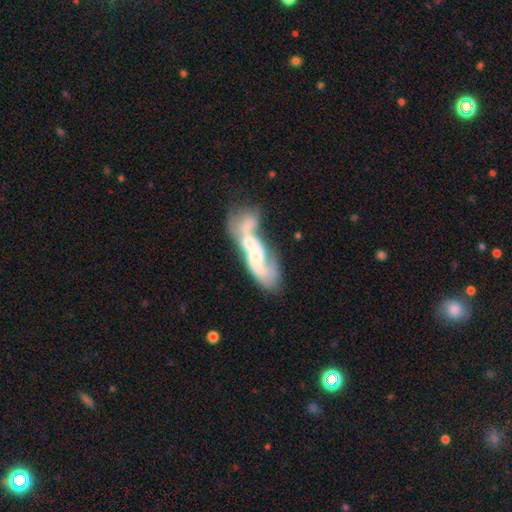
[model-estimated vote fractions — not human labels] Morphology: type=featured or disk (68%); edge-on=no (89%); bar=no (64%); spiral arms=yes (65%); bulge=moderate (46%); merging=merger (63%).